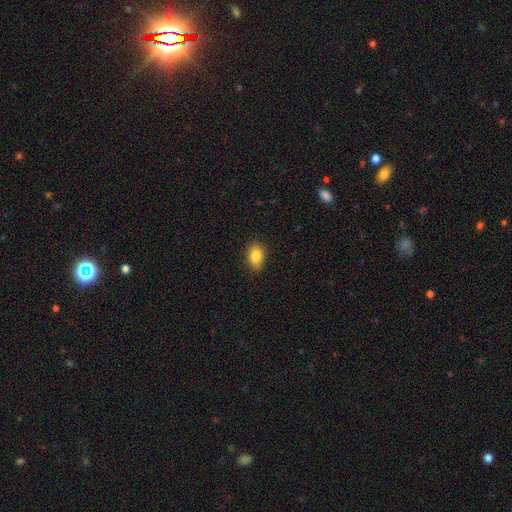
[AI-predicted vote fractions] Morphology: type=smooth (83%); roundness=in between (81%); merging=none (87%).